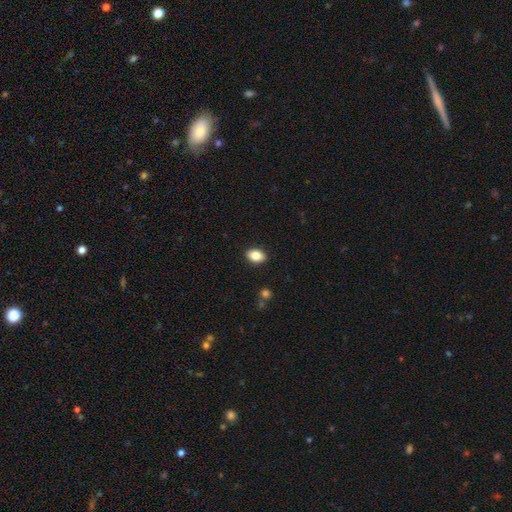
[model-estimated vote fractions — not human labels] This is clearly a smooth galaxy (85%). How rounded: clearly in between (82%). Merging: clearly none (89%).